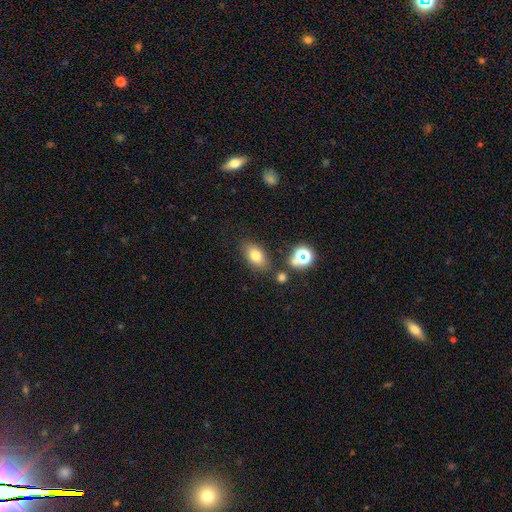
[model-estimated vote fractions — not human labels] The model was most divided on "smooth or featured": smooth: 74%, star or artifact: 13%, featured or disk: 13%. More confident: how rounded — in between (83%); merging — none (79%).